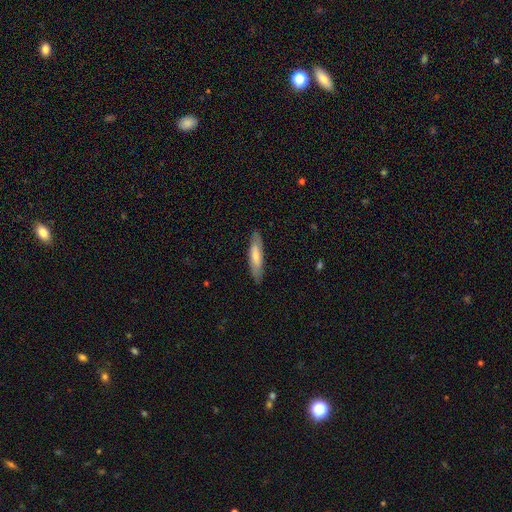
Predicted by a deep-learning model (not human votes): This is likely a smooth galaxy (65%). How rounded: likely cigar-shaped (72%). Merging: clearly none (86%).